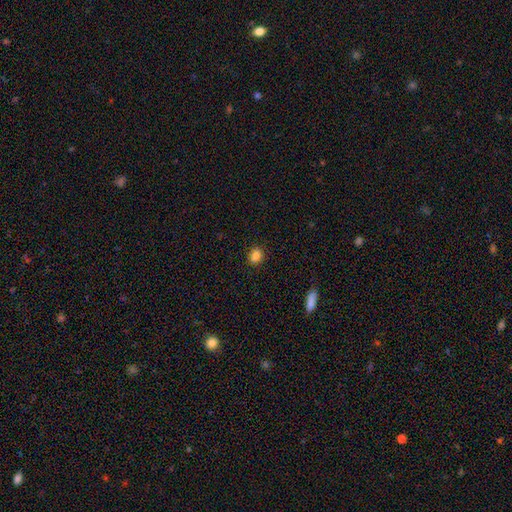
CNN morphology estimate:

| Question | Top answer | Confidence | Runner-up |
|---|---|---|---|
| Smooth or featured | smooth | 84% | star or artifact (11%) |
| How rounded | in between | 59% | round (40%) |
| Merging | none | 87% | minor disturbance (10%) |